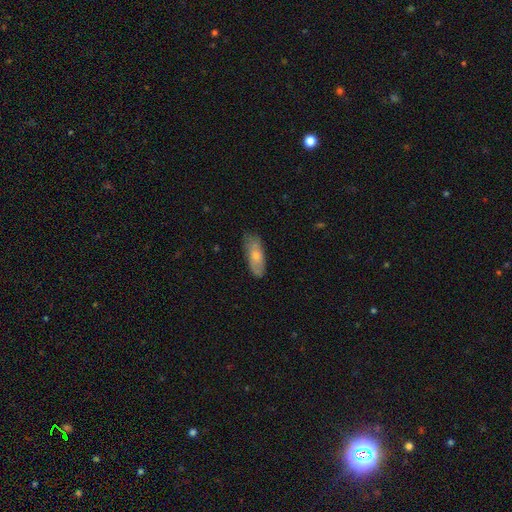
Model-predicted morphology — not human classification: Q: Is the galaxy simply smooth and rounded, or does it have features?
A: smooth — 58%.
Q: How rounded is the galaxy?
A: in between — 69%.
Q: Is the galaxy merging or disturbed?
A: none — 73%.